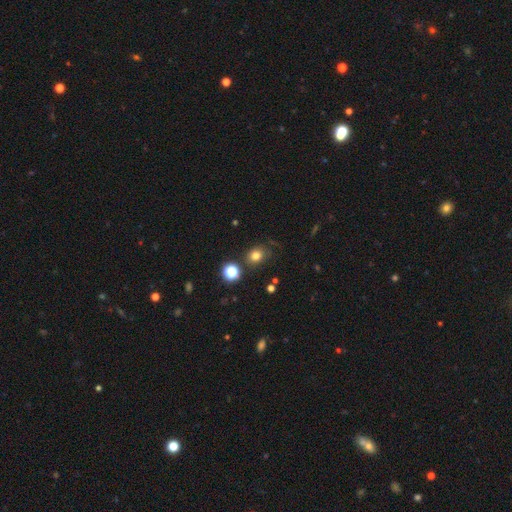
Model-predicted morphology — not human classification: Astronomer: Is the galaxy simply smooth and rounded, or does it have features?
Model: smooth — 76%.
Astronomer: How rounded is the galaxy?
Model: round — 66%.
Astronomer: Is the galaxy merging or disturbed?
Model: none — 75%.